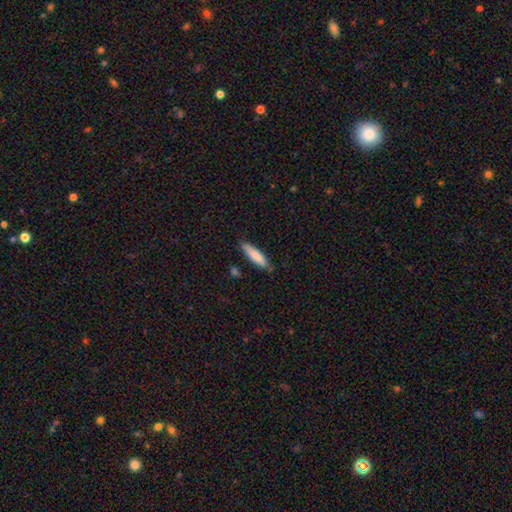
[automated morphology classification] Smooth or featured: smooth — 80% (featured or disk — 14%)
How rounded: cigar-shaped — 75% (in between — 24%)
Merging: none — 81% (minor disturbance — 14%)